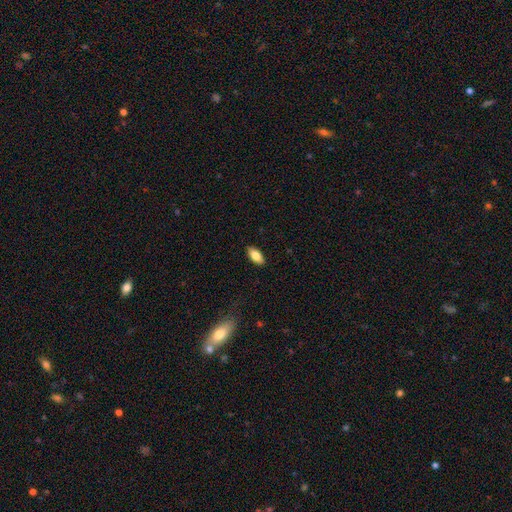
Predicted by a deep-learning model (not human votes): This appears to be a smooth galaxy with no disk features (82%) that is in between round and cigar-shaped (90%). Merging: none (88%).